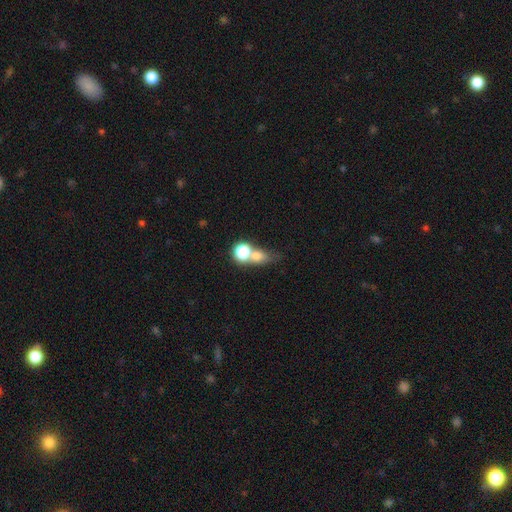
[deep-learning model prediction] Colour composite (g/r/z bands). It shows a smooth galaxy with no disk features (67%) that is round (61%). Merging: merger (53%).